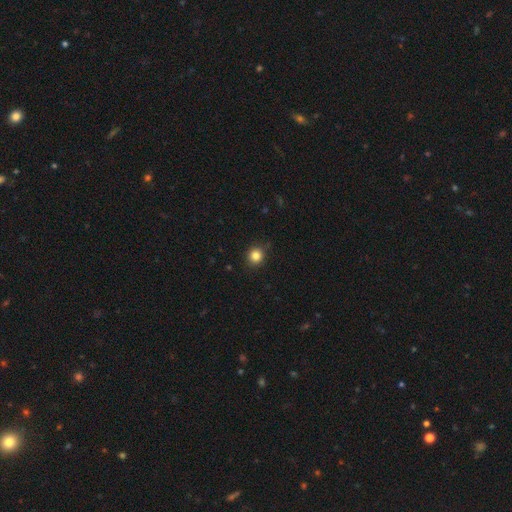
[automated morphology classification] Smooth or featured? smooth (84%)
How rounded? round (88%)
Merging? none (86%)